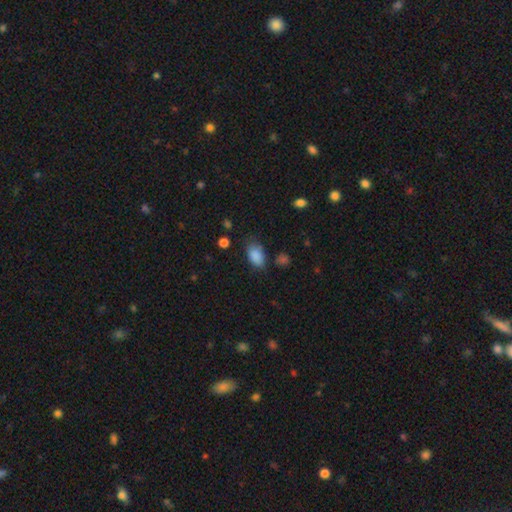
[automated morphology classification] Overall: smooth (87%). How rounded: in between (91%). Merging: none (66%).